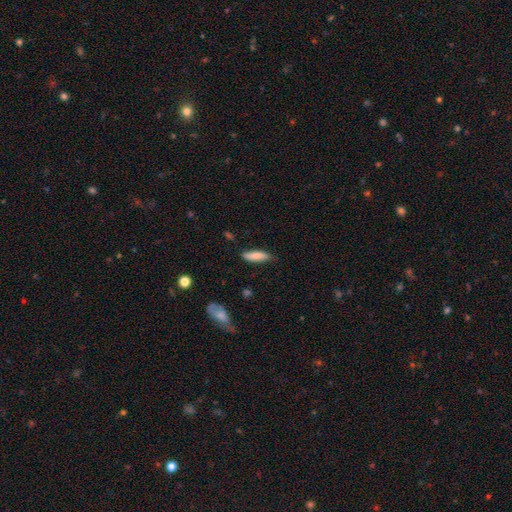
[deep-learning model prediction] Overall: smooth (83%). How rounded: cigar-shaped (60%; in between 39%). Merging: none (79%).